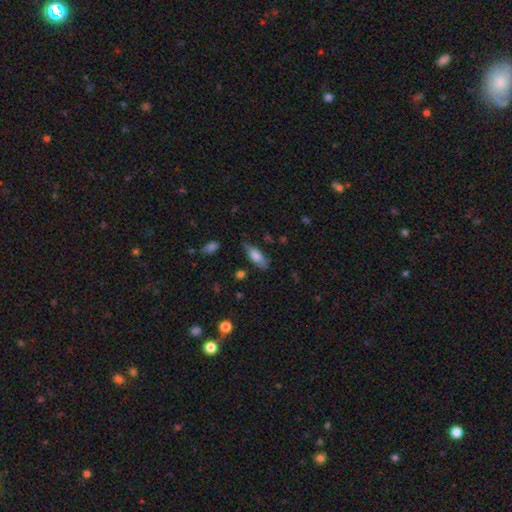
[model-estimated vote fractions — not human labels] Smooth or featured?
  - smooth: 70% *
  - featured or disk: 23%
  - star or artifact: 7%
How rounded?
  - in between: 70% *
  - cigar-shaped: 27%
  - round: 3%
Merging?
  - none: 70% *
  - minor disturbance: 23%
  - major disturbance: 6%
  - merger: 2%